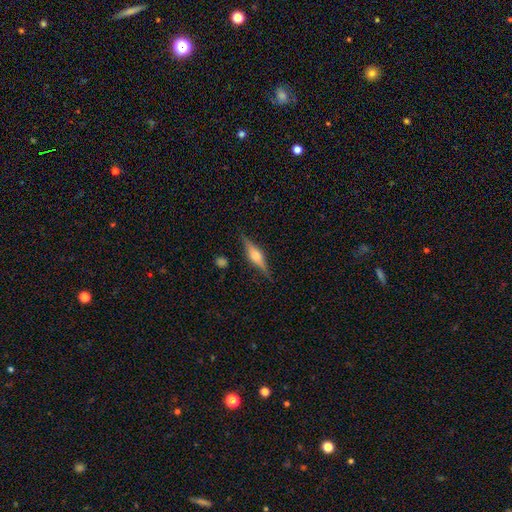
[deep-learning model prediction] featured or disk 72%, smooth 21%, star or artifact 7%. Down the decision tree: edge-on disk — yes (97%); edge-on bulge — rounded (84%); merging — none (86%).